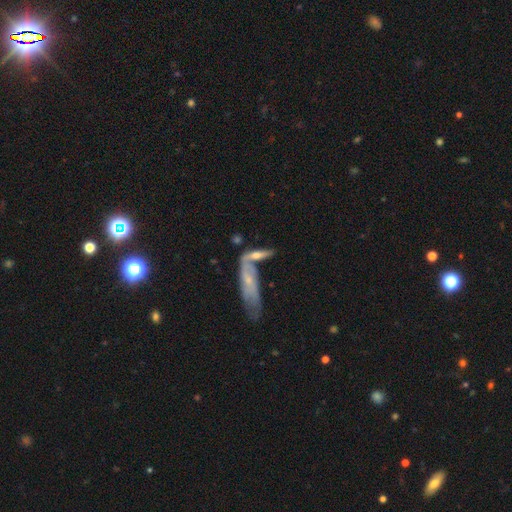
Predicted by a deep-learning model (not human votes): smooth-or-featured: featured or disk: 48% | smooth: 44% | star or artifact: 8%
  merging: merger: 44% | none: 36% | minor disturbance: 13% | major disturbance: 7%